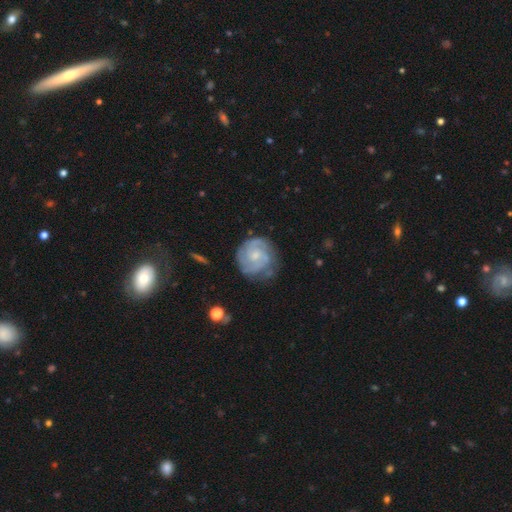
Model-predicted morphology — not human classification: Smooth or featured? featured or disk (78%)
Edge-on disk? no (98%)
Bar? no (63%)
Spiral arms? yes (93%)
Spiral winding? tight (58%)
Spiral arm count? 2 (33%)
Bulge size? small (64%)
Merging? none (69%)